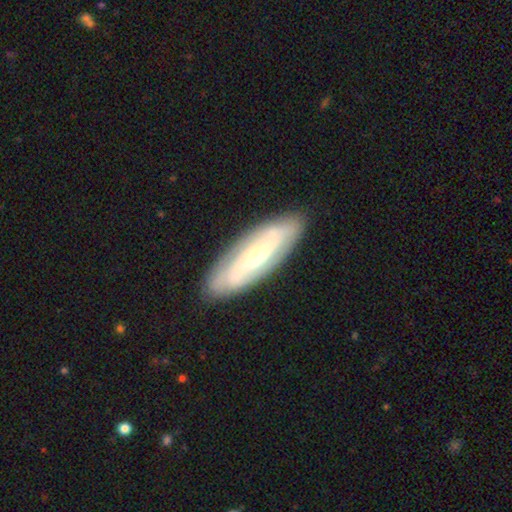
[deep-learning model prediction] smooth_or_featured: featured or disk (p=0.71) [alt: smooth p=0.24]
disk_edge_on: no (p=0.80) [alt: yes p=0.20]
bar: no (p=0.50) [alt: weak p=0.33]
has_spiral_arms: yes (p=0.80) [alt: no p=0.20]
bulge_size: moderate (p=0.57) [alt: small p=0.37]
merging: none (p=0.87) [alt: minor disturbance p=0.09]